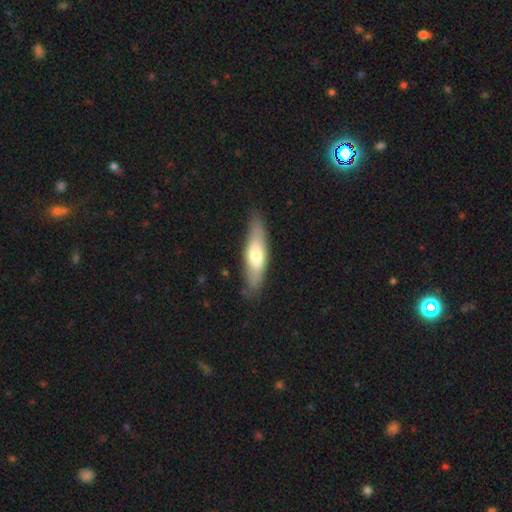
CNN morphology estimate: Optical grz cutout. It shows a smooth galaxy with no disk features (60%) that is cigar-shaped (61%). Merging: none (82%).